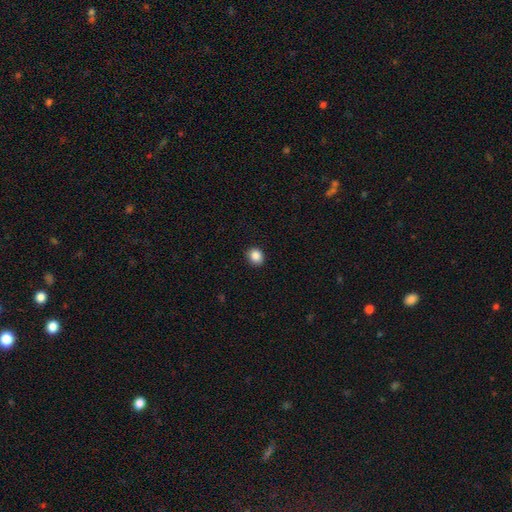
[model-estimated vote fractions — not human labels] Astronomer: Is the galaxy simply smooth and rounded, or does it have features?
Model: smooth — 88%.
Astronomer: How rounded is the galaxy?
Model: round — 73%.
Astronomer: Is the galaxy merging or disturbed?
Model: none — 88%.